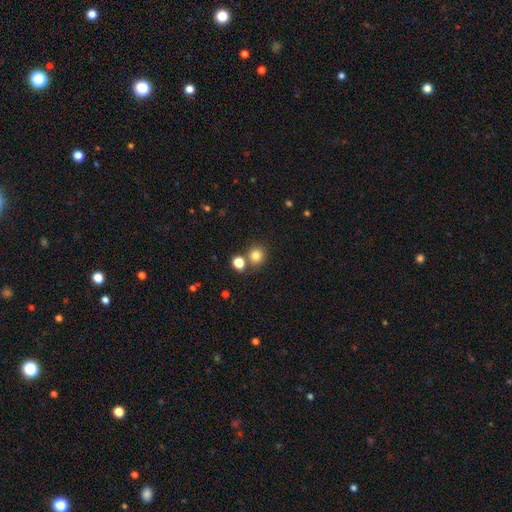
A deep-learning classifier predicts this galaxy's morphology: Q: Smooth or featured?
A: smooth (80%); runner-up: star or artifact (14%)
Q: How rounded?
A: round (89%); runner-up: in between (10%)
Q: Merging?
A: none (73%); runner-up: merger (17%)